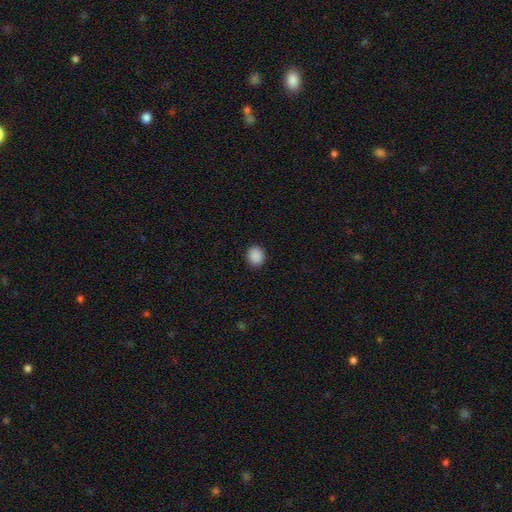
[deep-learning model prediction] This is clearly a smooth galaxy (89%). How rounded: likely round (72%). Merging: clearly none (91%).